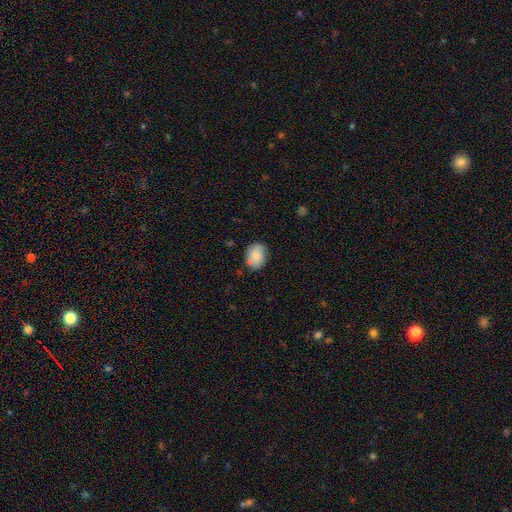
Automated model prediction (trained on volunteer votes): Overall: smooth (81%). How rounded: in between (62%; round 37%). Merging: none (78%).